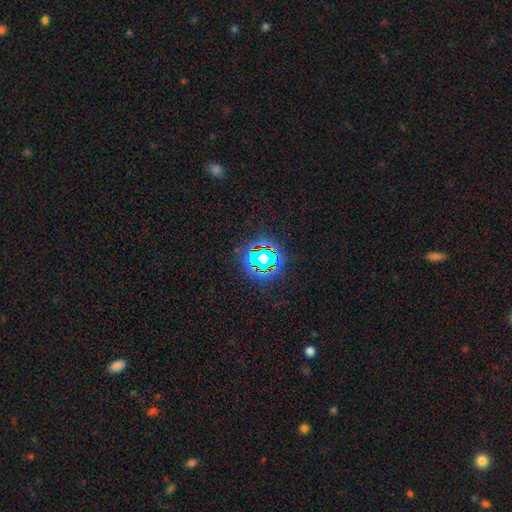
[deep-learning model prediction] A star or artifact, not a galaxy (76%).